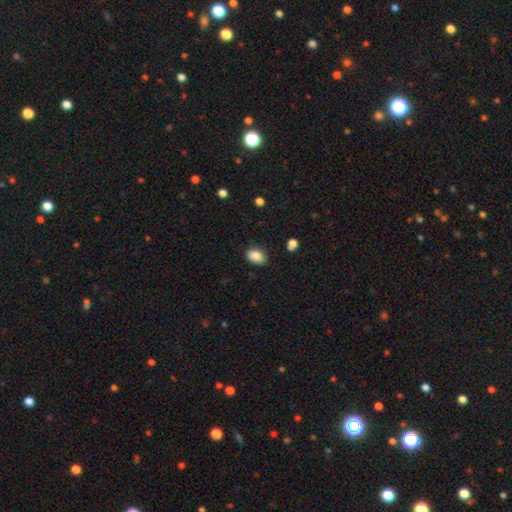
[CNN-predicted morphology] Smooth or featured: smooth — 87% (star or artifact — 8%)
How rounded: in between — 84% (round — 15%)
Merging: none — 80% (minor disturbance — 15%)